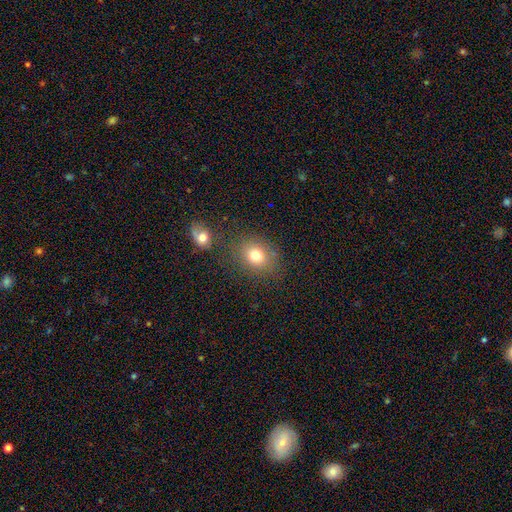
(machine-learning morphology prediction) This is likely a smooth galaxy (78%). How rounded: possibly round (58%). Merging: likely none (74%).